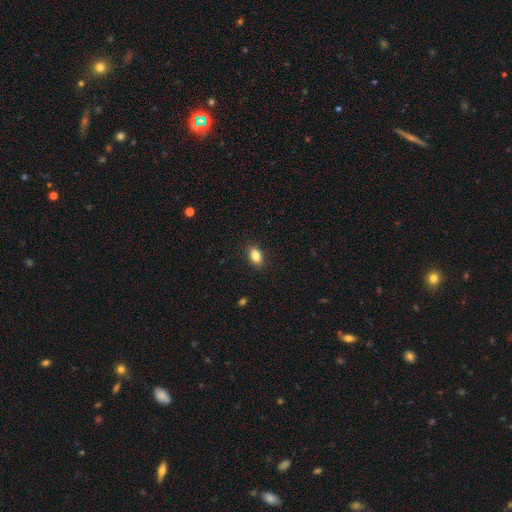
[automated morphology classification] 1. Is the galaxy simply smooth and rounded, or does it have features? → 85% smooth, 8% star or artifact, 7% featured or disk.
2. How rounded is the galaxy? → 88% in between, 10% round, 3% cigar-shaped.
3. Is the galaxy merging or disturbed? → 89% none, 8% minor disturbance, 2% major disturbance, 1% merger.